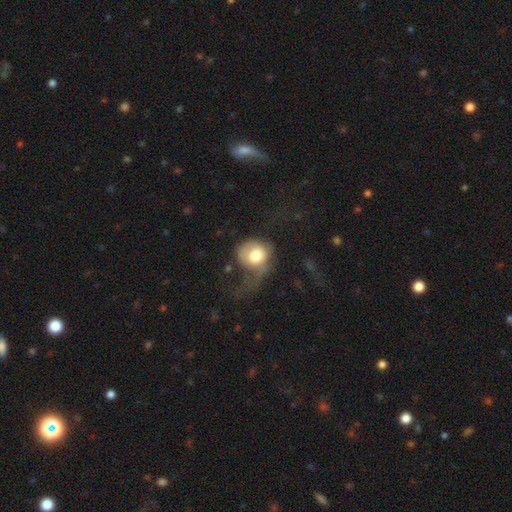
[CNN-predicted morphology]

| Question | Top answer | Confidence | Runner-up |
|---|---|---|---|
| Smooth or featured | smooth | 67% | featured or disk (25%) |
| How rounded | round | 72% | in between (27%) |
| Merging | major disturbance | 54% | minor disturbance (21%) |